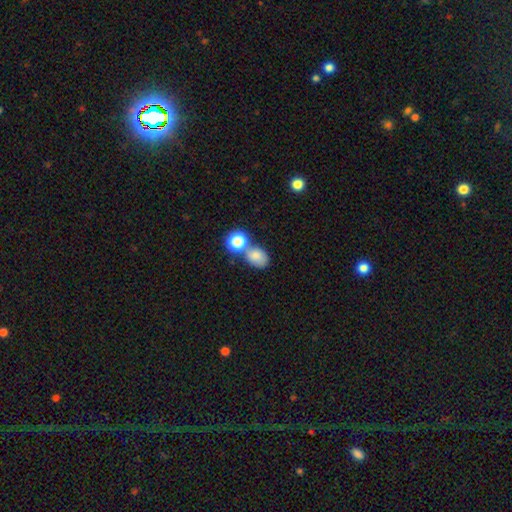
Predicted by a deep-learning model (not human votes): Overall: smooth (78%). How rounded: in between (58%; round 40%). Merging: merger (43%; none 39%).